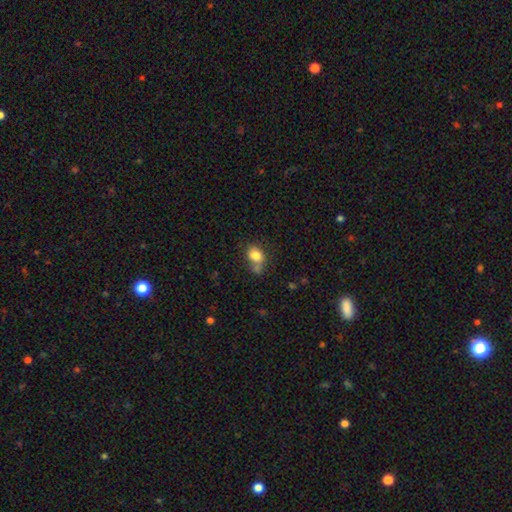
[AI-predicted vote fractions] Smooth or featured? smooth (81%)
How rounded? in between (60%)
Merging? none (49%)